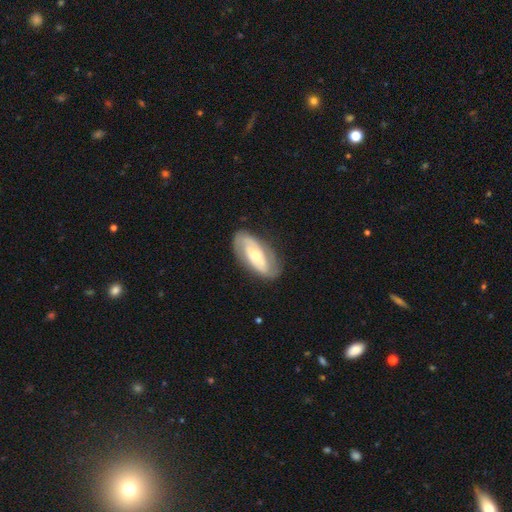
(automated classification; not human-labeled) Smooth or featured: featured or disk — 66% (smooth — 29%)
Edge-on disk: no — 90% (yes — 10%)
Bar: no — 53% (weak — 28%)
Spiral arms: yes — 75% (no — 25%)
Bulge size: moderate — 51% (small — 41%)
Merging: none — 78% (minor disturbance — 16%)